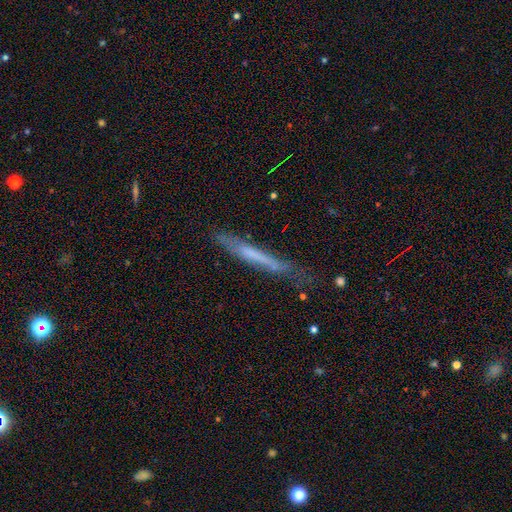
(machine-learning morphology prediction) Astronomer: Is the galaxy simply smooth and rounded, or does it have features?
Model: featured or disk — 47% (runner-up: smooth, 45%).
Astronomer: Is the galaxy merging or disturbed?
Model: none — 63%.